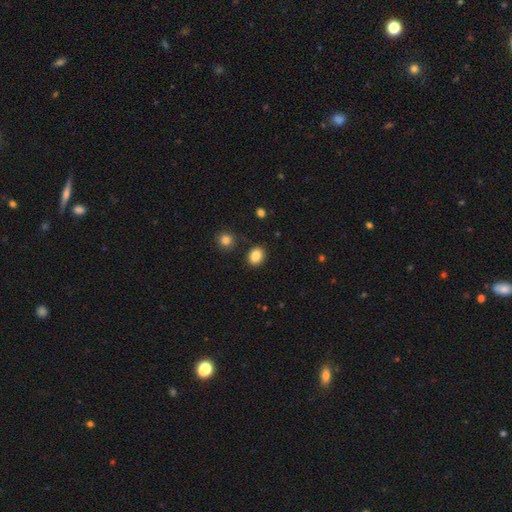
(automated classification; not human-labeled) Smooth or featured? Predicted: smooth (p=0.87). How rounded? Predicted: in between (p=0.53). Merging? Predicted: none (p=0.86).